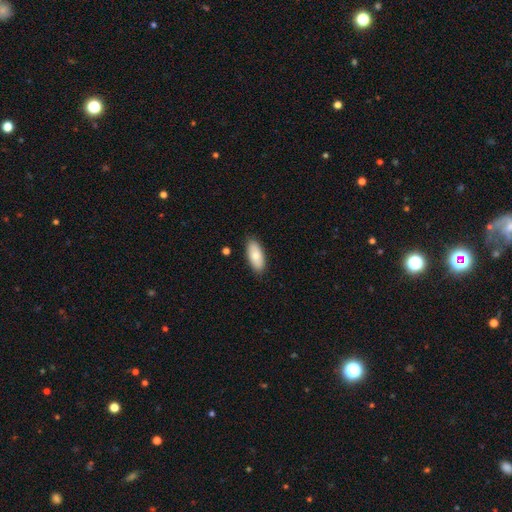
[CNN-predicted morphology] Smooth or featured?
  - smooth: 76% *
  - featured or disk: 17%
  - star or artifact: 6%
How rounded?
  - in between: 89% *
  - cigar-shaped: 9%
  - round: 2%
Merging?
  - none: 87% *
  - minor disturbance: 10%
  - major disturbance: 2%
  - merger: 1%